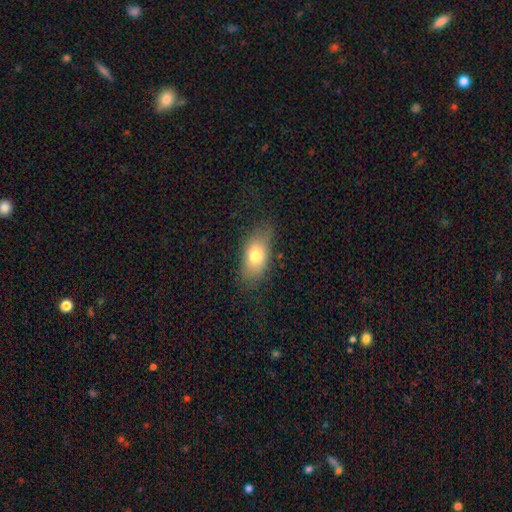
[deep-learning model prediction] Smooth or featured? smooth (74%)
How rounded? in between (86%)
Merging? none (72%)